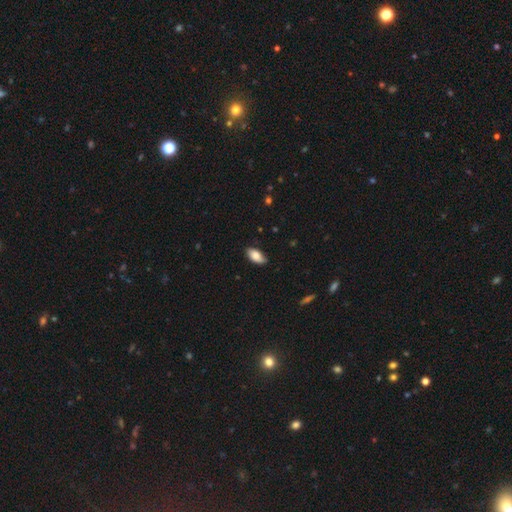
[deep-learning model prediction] smooth 81%, featured or disk 13%, star or artifact 7%. Down the decision tree: how rounded — in between (92%); merging — none (78%).